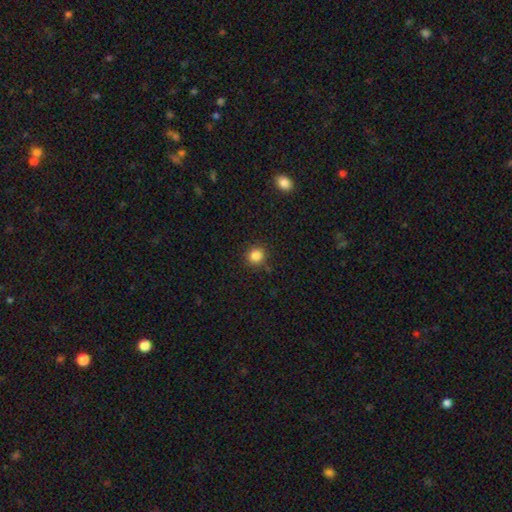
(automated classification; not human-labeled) smooth 85%, star or artifact 11%, featured or disk 4%. Down the decision tree: how rounded — round (92%); merging — none (88%).